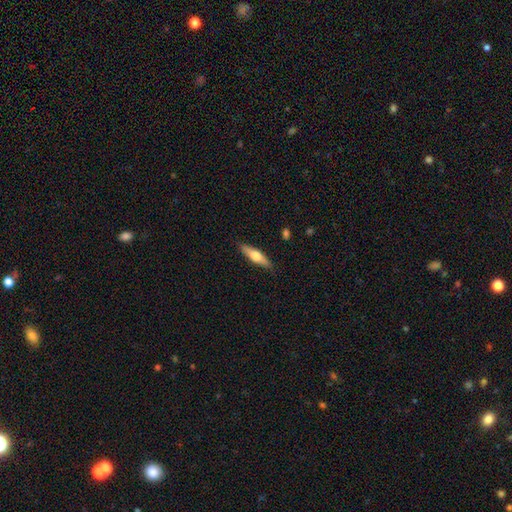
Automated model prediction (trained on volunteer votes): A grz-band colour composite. It shows a smooth galaxy with no disk features (50%) that is cigar-shaped (67%). Merging: none (88%).